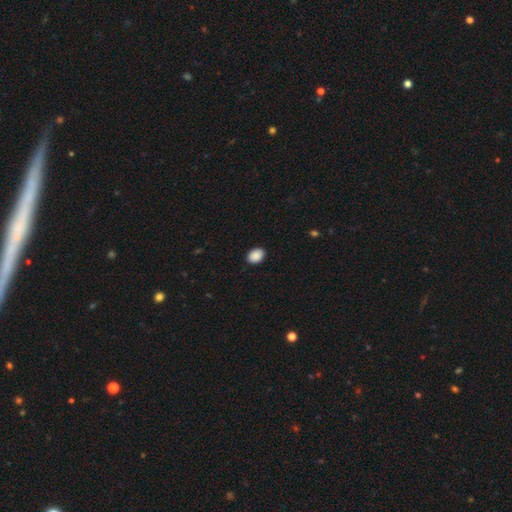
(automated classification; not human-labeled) Overall: smooth (90%). How rounded: in between (76%). Merging: none (89%).